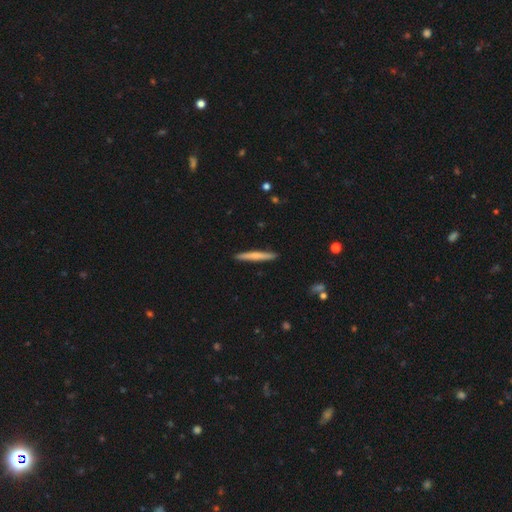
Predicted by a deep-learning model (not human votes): Smooth or featured? smooth (60%)
How rounded? cigar-shaped (96%)
Merging? none (92%)